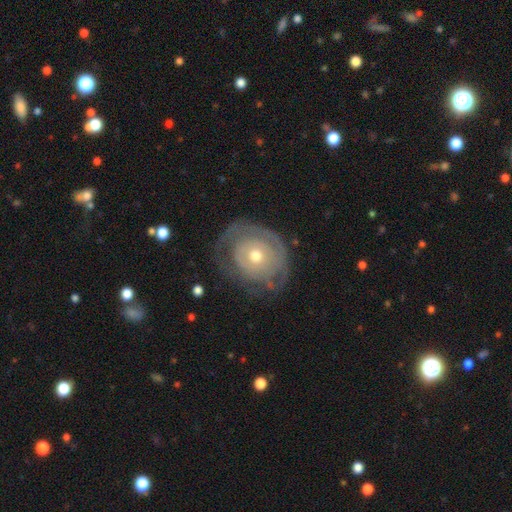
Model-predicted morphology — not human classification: Overall: featured or disk (70%). Edge-on disk: no (96%). Bar: no (86%). Spiral arms: yes (66%; no 34%). Bulge size: moderate (56%; small 39%). Merging: none (60%; minor disturbance 23%).